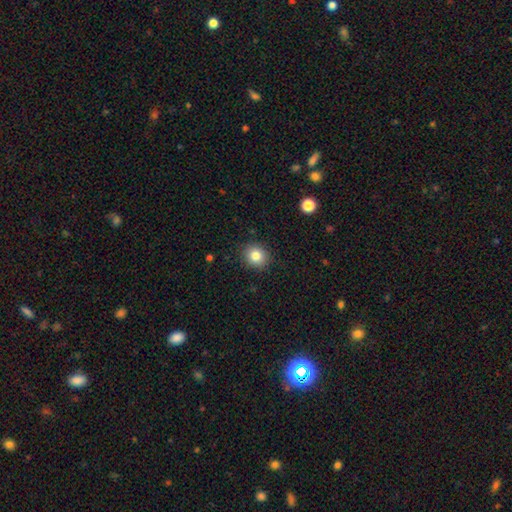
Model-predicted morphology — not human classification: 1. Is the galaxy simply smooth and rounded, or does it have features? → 83% smooth, 10% star or artifact, 7% featured or disk.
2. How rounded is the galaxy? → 84% round, 16% in between, 1% cigar-shaped.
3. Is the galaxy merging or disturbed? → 90% none, 7% minor disturbance, 2% major disturbance, 1% merger.